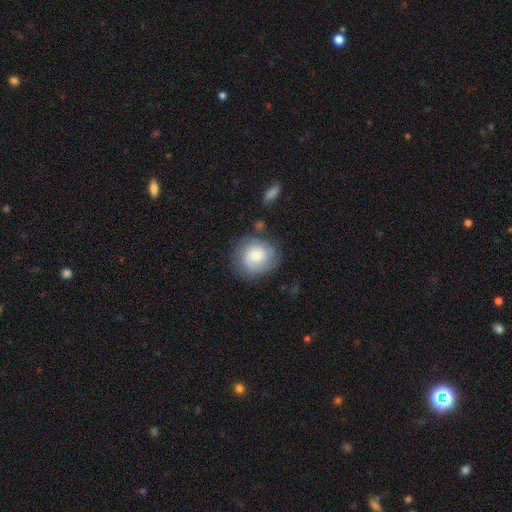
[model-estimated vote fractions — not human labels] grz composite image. It shows a smooth galaxy with no disk features (70%) that is round (83%). Merging: none (71%).